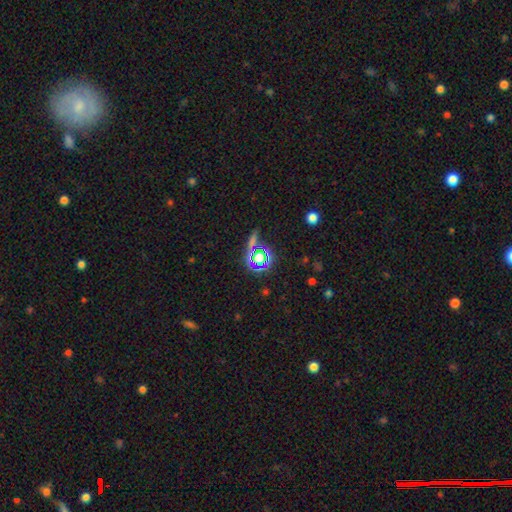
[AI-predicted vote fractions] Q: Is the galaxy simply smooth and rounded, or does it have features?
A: star or artifact — 72%.